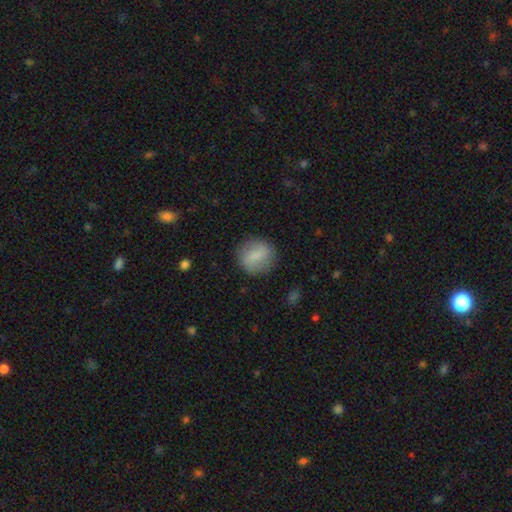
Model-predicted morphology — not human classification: Smooth or featured: smooth — 73% (featured or disk — 20%)
How rounded: round — 83% (in between — 15%)
Merging: none — 84% (minor disturbance — 11%)